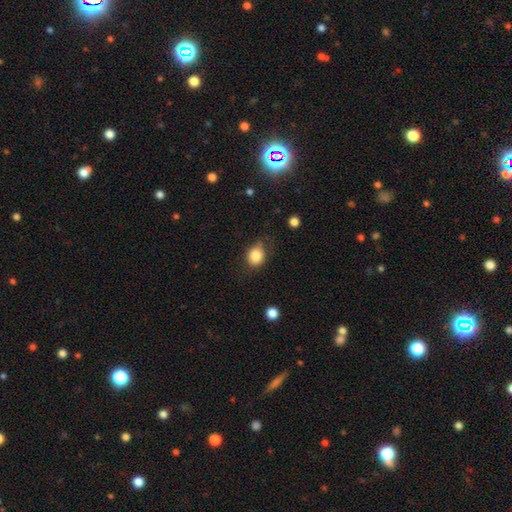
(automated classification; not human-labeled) Smooth or featured? Predicted: smooth (p=0.83). How rounded? Predicted: round (p=0.65). Merging? Predicted: none (p=0.66).